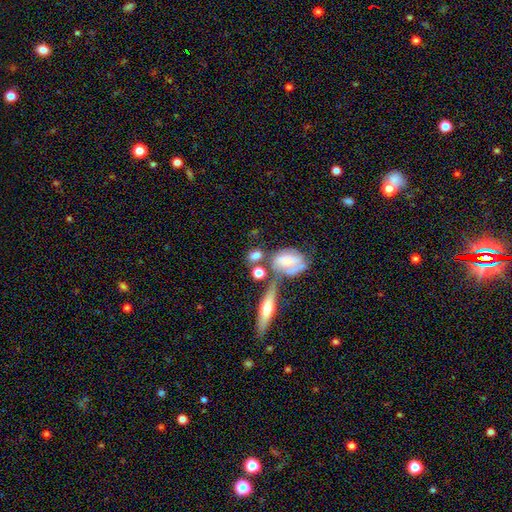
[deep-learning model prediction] Q: Smooth or featured?
A: smooth (62%); runner-up: featured or disk (29%)
Q: How rounded?
A: in between (52%); runner-up: round (40%)
Q: Merging?
A: none (48%); runner-up: merger (29%)